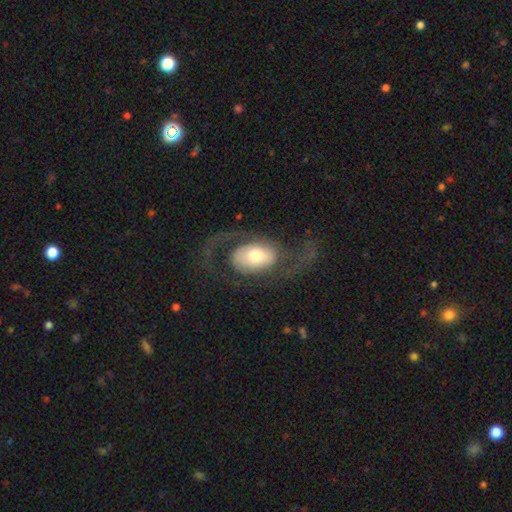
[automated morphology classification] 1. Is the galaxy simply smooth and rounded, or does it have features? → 65% featured or disk, 29% smooth, 6% star or artifact.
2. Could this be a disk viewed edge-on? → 93% no, 7% yes.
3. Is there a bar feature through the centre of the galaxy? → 66% no, 23% weak, 11% strong.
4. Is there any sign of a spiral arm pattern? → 76% yes, 24% no.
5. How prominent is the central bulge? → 50% moderate, 23% large, 19% small, 6% dominant, 2% none.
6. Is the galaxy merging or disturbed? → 54% none, 30% major disturbance, 14% minor disturbance, 2% merger.